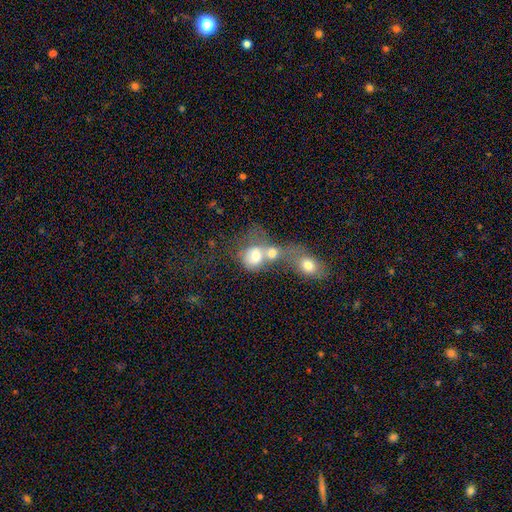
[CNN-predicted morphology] This appears to be a smooth galaxy with no disk features (65%) that is round (53%). Merging: merger (74%).